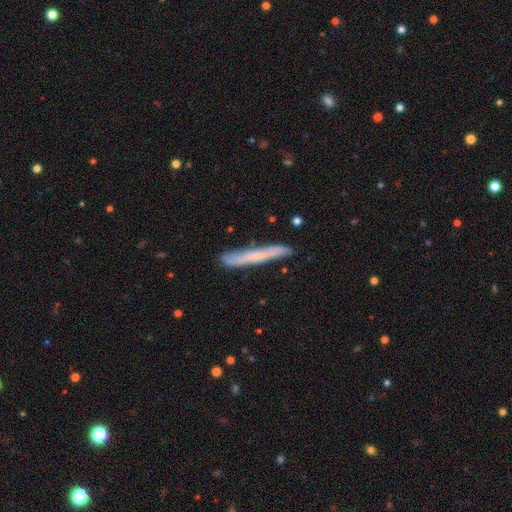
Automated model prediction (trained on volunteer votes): Q: Smooth or featured?
A: smooth (53%); runner-up: featured or disk (40%)
Q: How rounded?
A: cigar-shaped (96%); runner-up: in between (3%)
Q: Merging?
A: none (87%); runner-up: minor disturbance (10%)